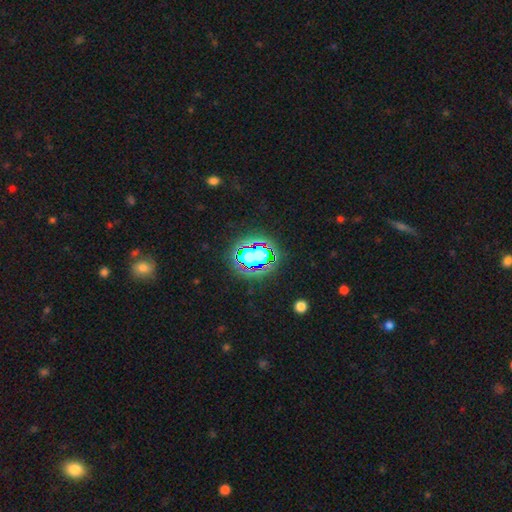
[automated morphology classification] This is possibly a star or artifact rather than a galaxy (55%).